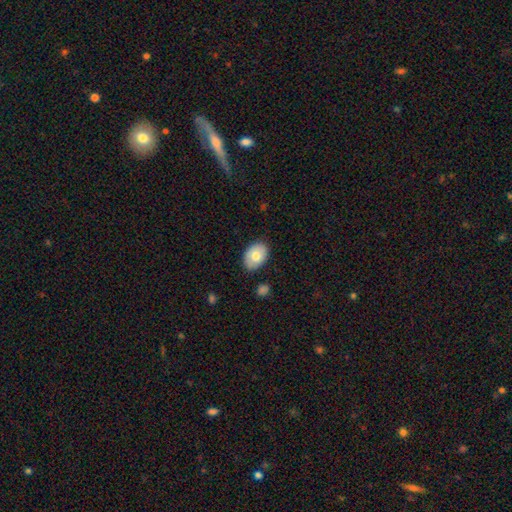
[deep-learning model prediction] This is likely a smooth galaxy (72%). How rounded: likely in between (79%). Merging: clearly none (82%).